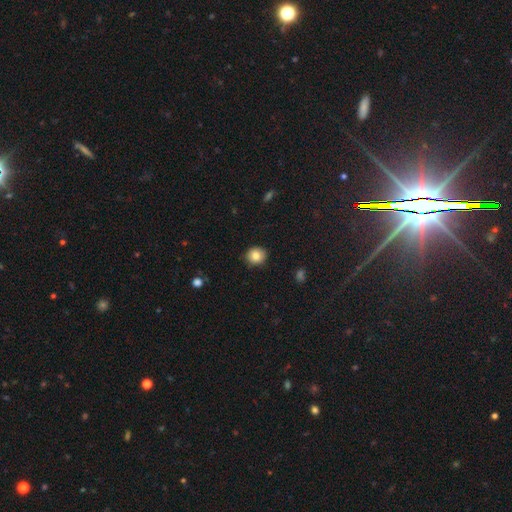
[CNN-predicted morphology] Overall: smooth (83%). How rounded: round (84%). Merging: none (89%).